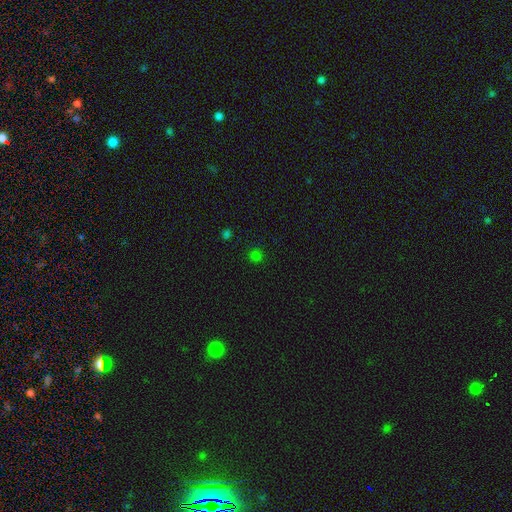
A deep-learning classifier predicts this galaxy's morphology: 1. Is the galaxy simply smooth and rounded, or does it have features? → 74% smooth, 23% star or artifact, 4% featured or disk.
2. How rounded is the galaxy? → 92% round, 7% in between, 1% cigar-shaped.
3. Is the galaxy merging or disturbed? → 89% none, 7% minor disturbance, 2% major disturbance, 2% merger.